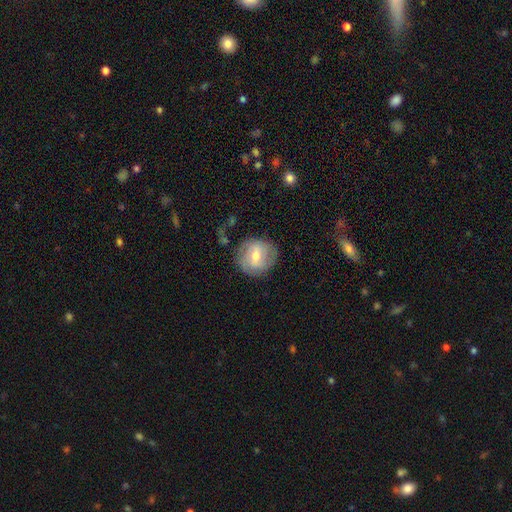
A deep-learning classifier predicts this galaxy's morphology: A smooth galaxy with no disk features (47%).

Vote fractions:
- Smooth or featured? smooth: 47% / featured or disk: 46% / star or artifact: 7%
- Merging? none: 74% / minor disturbance: 17% / major disturbance: 7% / merger: 2%